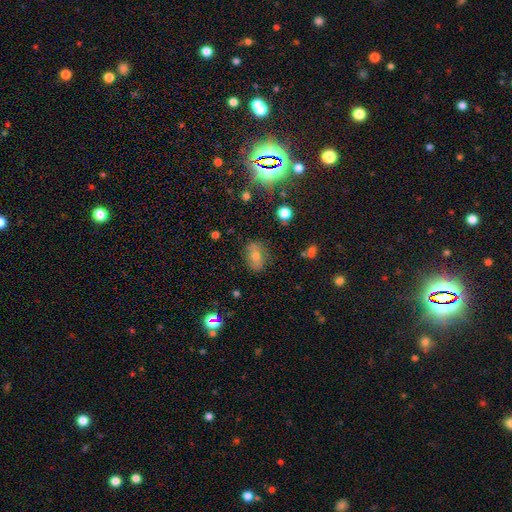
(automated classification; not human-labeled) Morphology: type=smooth (66%); roundness=in between (81%); merging=none (77%).